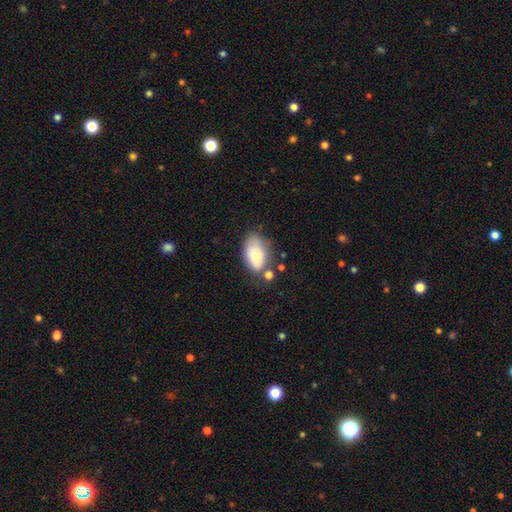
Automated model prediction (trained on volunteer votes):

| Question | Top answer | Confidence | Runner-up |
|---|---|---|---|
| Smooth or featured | smooth | 74% | featured or disk (19%) |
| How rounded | in between | 92% | round (6%) |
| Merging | none | 56% | minor disturbance (25%) |